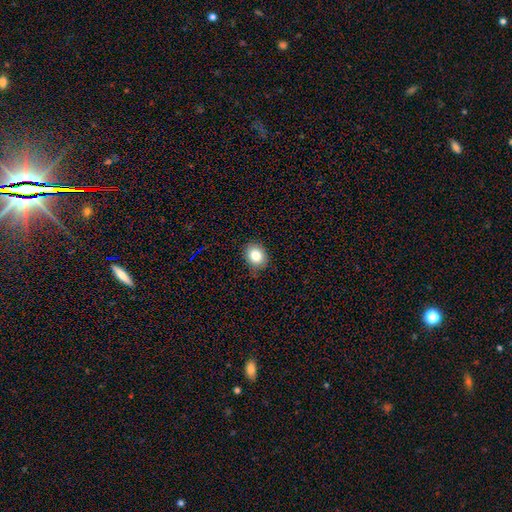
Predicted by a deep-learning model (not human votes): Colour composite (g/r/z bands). It shows a smooth galaxy with no disk features (82%) that is in between round and cigar-shaped (52%). Merging: none (83%).